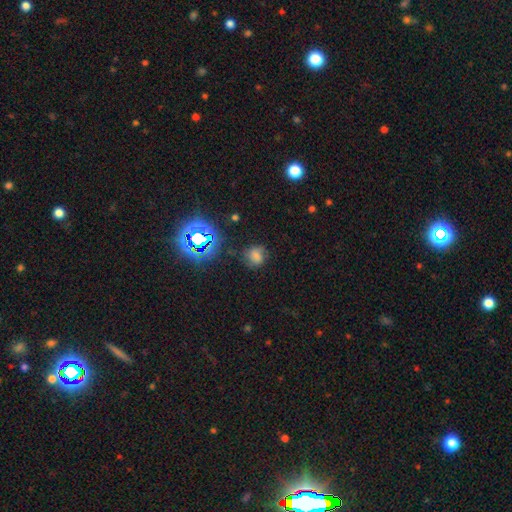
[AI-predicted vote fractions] Q: Smooth or featured?
A: smooth (57%); runner-up: star or artifact (24%)
Q: How rounded?
A: round (67%); runner-up: in between (32%)
Q: Merging?
A: none (65%); runner-up: minor disturbance (22%)